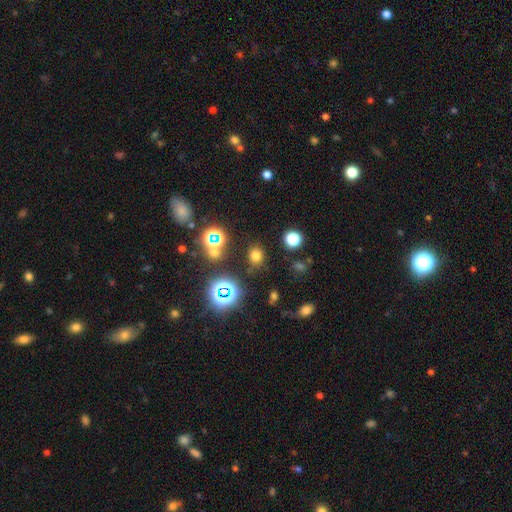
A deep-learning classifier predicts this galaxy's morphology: Smooth or featured? smooth (68%)
How rounded? round (69%)
Merging? none (82%)